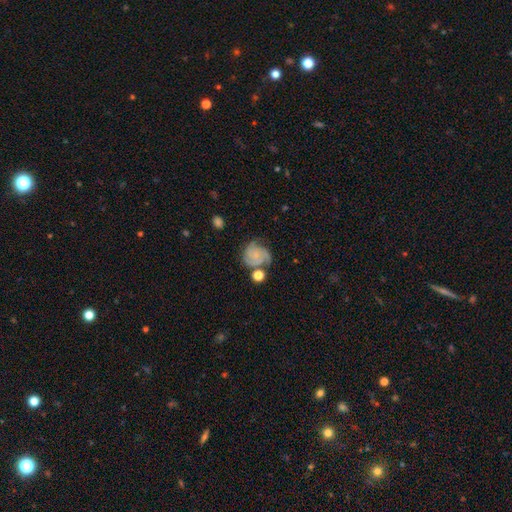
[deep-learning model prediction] This appears to be a featured or disk galaxy (69%) with no bar (77%), 3 (39%) tight (56%) spiral arms (94%) and a small central bulge (64%). Merging: none (58%).